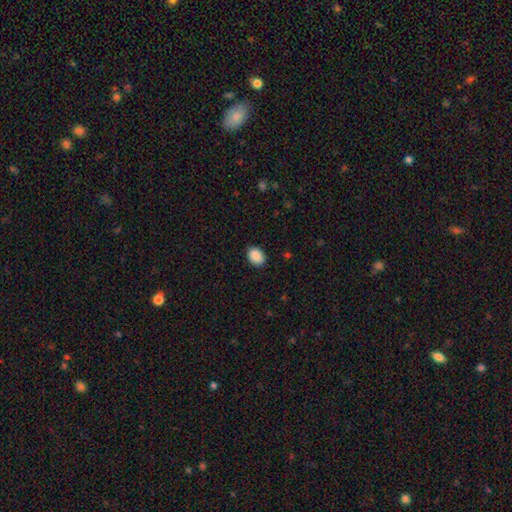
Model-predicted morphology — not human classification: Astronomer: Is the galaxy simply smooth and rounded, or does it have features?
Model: smooth — 90%.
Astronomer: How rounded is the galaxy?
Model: in between — 74%.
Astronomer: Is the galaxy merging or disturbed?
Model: none — 87%.